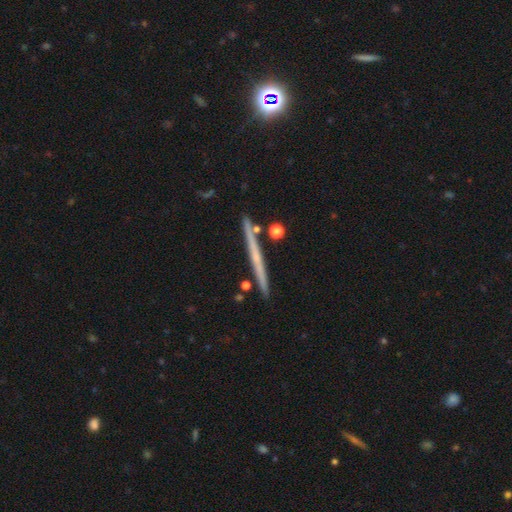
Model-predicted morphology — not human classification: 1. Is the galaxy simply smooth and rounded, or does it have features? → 60% featured or disk, 32% smooth, 8% star or artifact.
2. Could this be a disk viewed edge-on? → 97% yes, 3% no.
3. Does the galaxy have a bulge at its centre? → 77% none, 18% rounded, 4% boxy.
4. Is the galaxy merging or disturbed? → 88% none, 7% minor disturbance, 3% merger, 2% major disturbance.